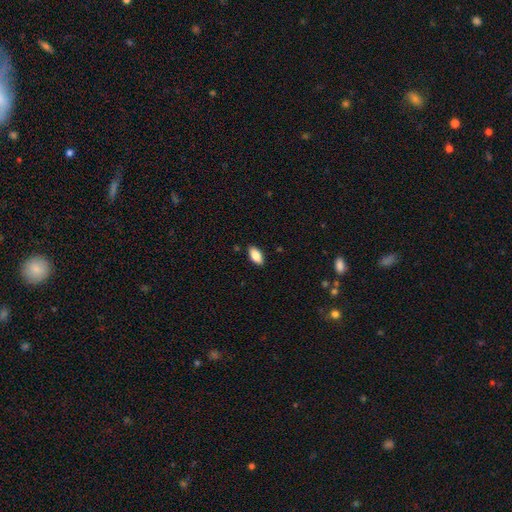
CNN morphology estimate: This is clearly a smooth galaxy (84%). How rounded: clearly in between (92%). Merging: clearly none (89%).